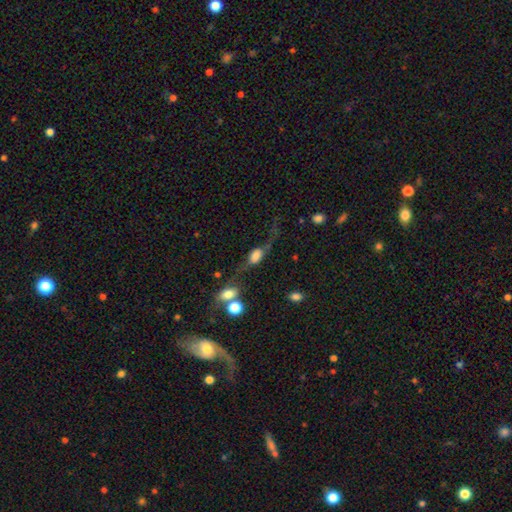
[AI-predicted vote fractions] A featured or disk galaxy (51%).

Vote fractions:
- Smooth or featured? featured or disk: 51% / smooth: 39% / star or artifact: 11%
- Edge-on disk? no: 60% / yes: 40%
- Merging? none: 35% / major disturbance: 33% / minor disturbance: 19% / merger: 14%